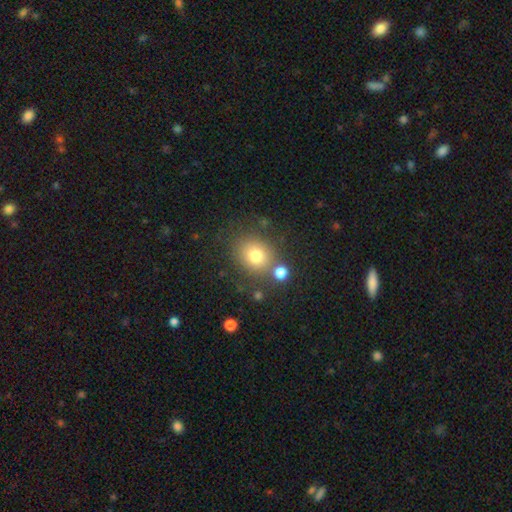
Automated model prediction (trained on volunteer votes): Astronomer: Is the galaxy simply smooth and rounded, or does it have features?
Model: smooth — 76%.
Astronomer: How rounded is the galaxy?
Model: round — 70%.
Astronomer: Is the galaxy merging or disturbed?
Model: none — 70%.